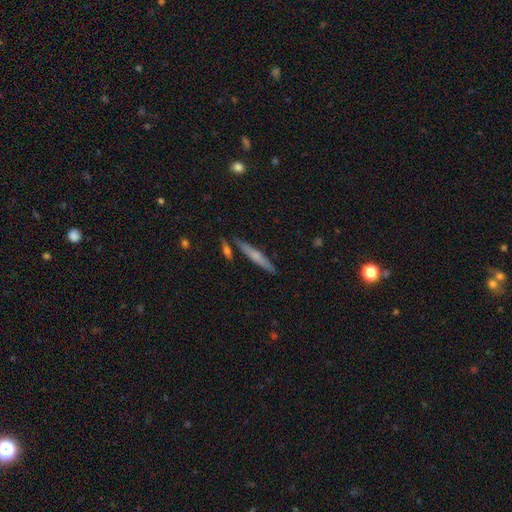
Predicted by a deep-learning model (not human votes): Smooth or featured: smooth — 52% (featured or disk — 41%)
How rounded: cigar-shaped — 93% (in between — 5%)
Merging: none — 85% (minor disturbance — 9%)